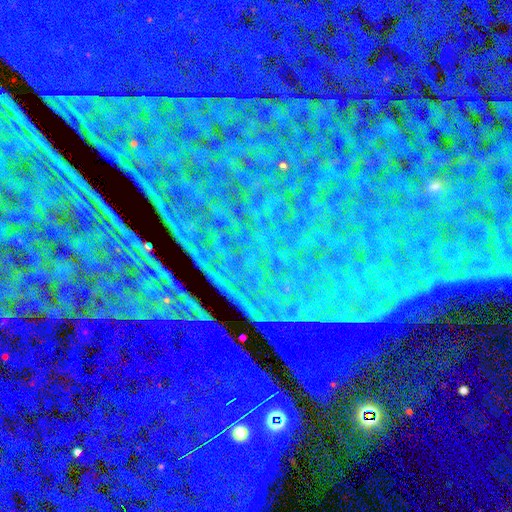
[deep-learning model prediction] star or artifact 88%, featured or disk 6%, smooth 6%.